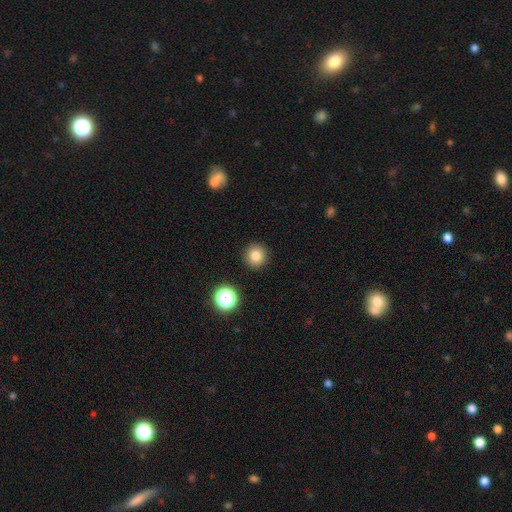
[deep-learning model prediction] This is clearly a smooth galaxy (82%). How rounded: clearly round (92%). Merging: clearly none (91%).